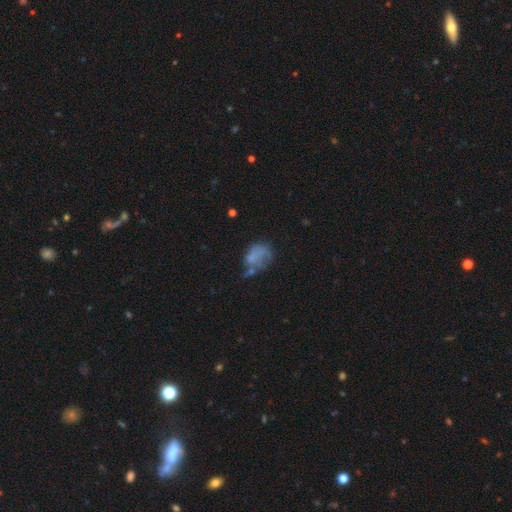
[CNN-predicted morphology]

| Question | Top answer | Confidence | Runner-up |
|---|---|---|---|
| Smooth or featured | smooth | 51% | featured or disk (36%) |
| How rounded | in between | 64% | round (34%) |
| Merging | major disturbance | 37% | none (27%) |